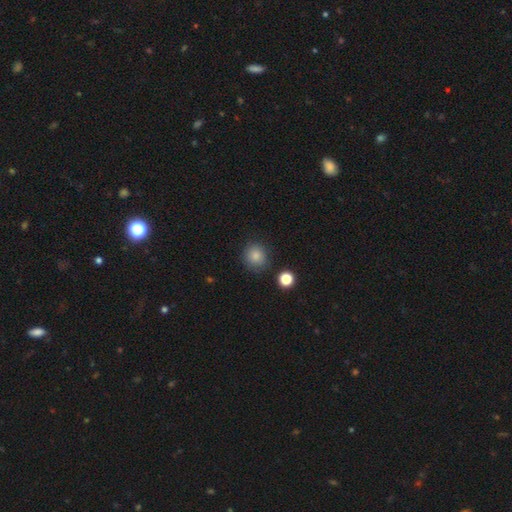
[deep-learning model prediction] Smooth or featured? smooth (84%)
How rounded? round (88%)
Merging? none (84%)